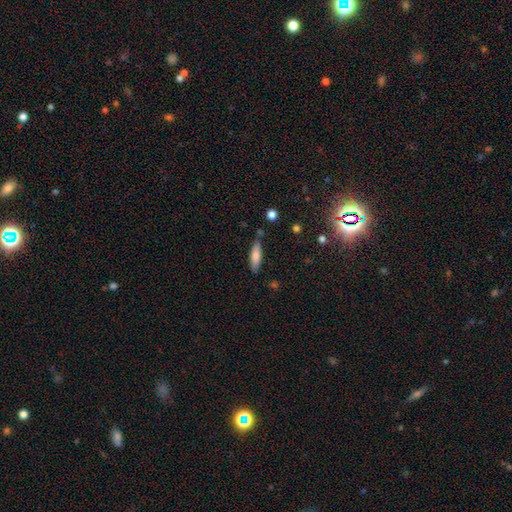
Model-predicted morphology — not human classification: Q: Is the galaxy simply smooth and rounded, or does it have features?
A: smooth — 76%.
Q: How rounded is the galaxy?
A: cigar-shaped — 59%.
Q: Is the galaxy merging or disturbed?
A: none — 75%.